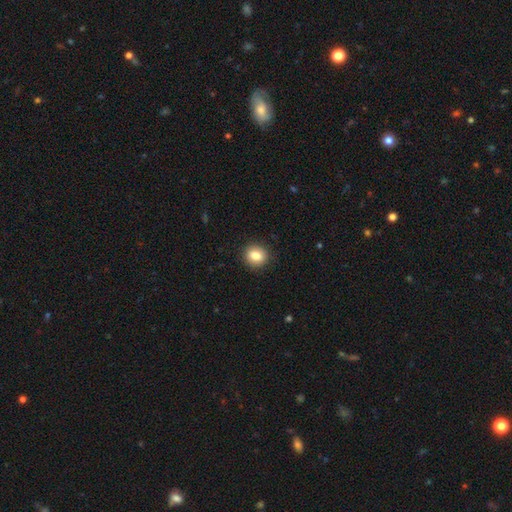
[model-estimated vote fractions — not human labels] Smooth or featured? smooth (83%)
How rounded? round (73%)
Merging? none (90%)